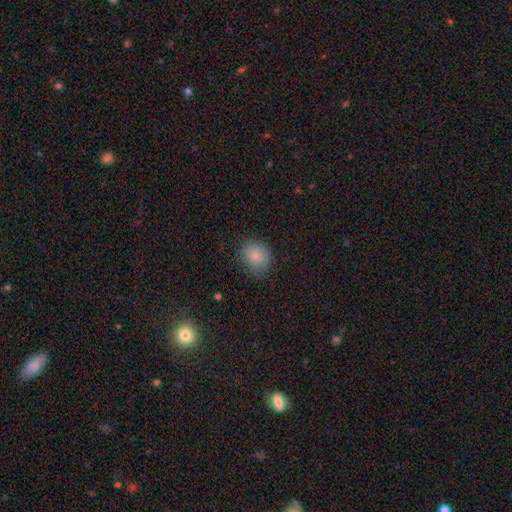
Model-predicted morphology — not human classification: Smooth or featured? smooth (84%)
How rounded? round (71%)
Merging? none (76%)